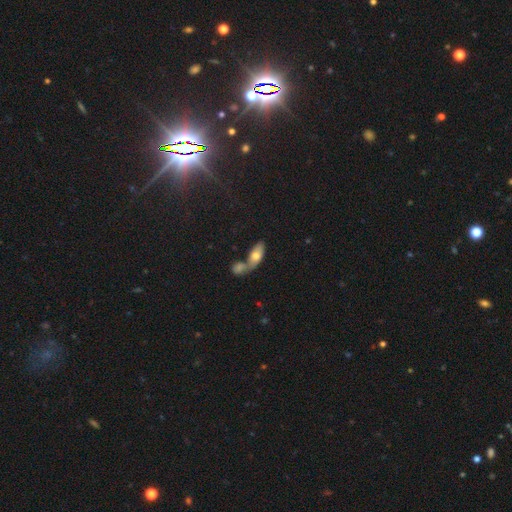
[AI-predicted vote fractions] smooth_or_featured: smooth (p=0.68) [alt: featured or disk p=0.25]
how_rounded: in between (p=0.83) [alt: cigar-shaped p=0.13]
merging: merger (p=0.57) [alt: none p=0.26]